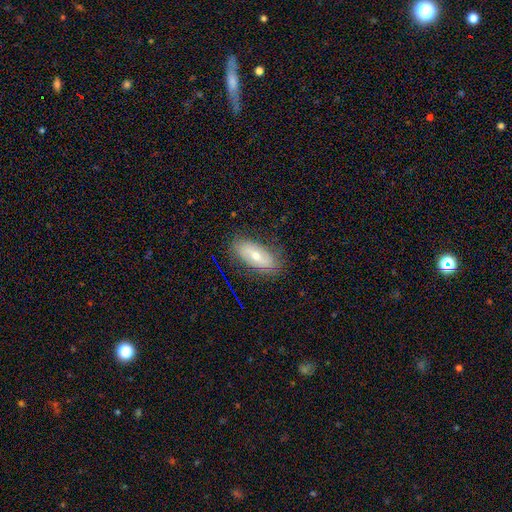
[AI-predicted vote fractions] This is possibly a smooth galaxy (47%). Merging: clearly none (82%).